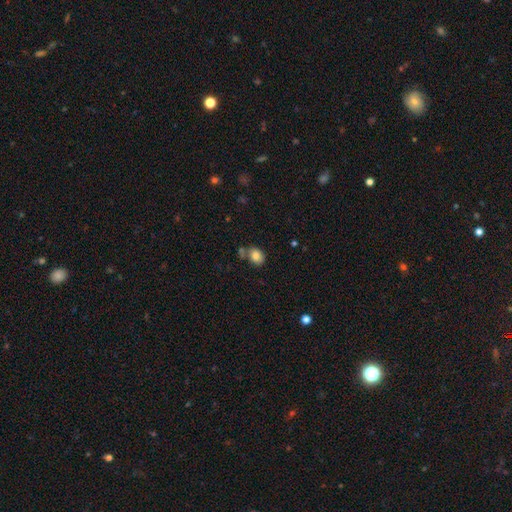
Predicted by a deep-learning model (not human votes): smooth-or-featured: smooth: 81% | featured or disk: 10% | star or artifact: 9%
  how-rounded: in between: 51% | round: 48% | cigar-shaped: 1%
  merging: none: 61% | merger: 17% | minor disturbance: 17% | major disturbance: 5%